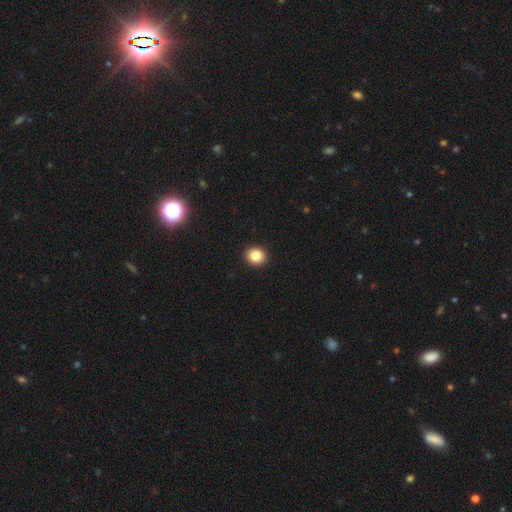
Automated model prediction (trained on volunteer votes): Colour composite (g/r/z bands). It shows a smooth galaxy with no disk features (85%) that is round (78%). Merging: none (93%).